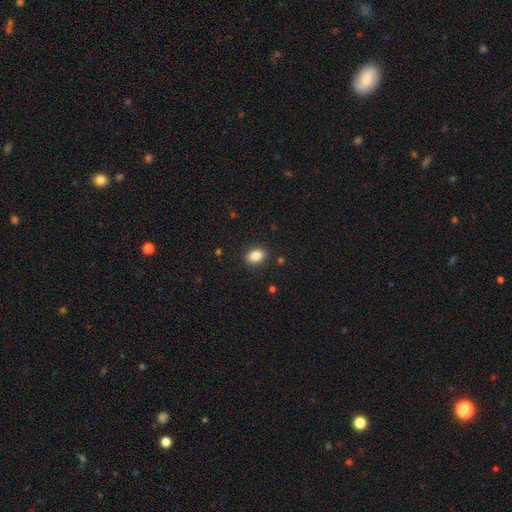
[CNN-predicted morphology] A smooth galaxy with no disk features (86%) that is in between round and cigar-shaped (80%). Merging: none (89%).